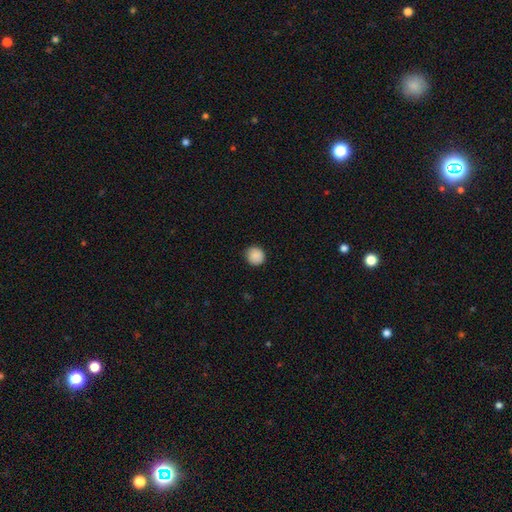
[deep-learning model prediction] A smooth galaxy with no disk features (89%) that is round (92%).

Vote fractions:
- Smooth or featured? smooth: 89% / star or artifact: 8% / featured or disk: 2%
- How rounded? round: 92% / in between: 7% / cigar-shaped: 1%
- Merging? none: 91% / minor disturbance: 7% / major disturbance: 2% / merger: 1%